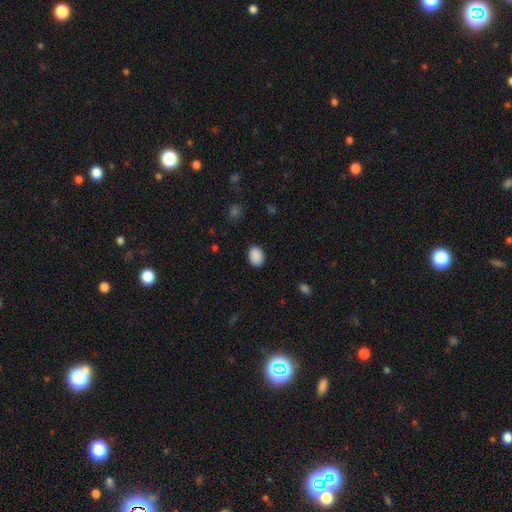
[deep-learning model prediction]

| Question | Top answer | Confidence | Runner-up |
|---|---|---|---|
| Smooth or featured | smooth | 90% | star or artifact (8%) |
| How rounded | in between | 67% | round (32%) |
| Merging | none | 88% | minor disturbance (9%) |